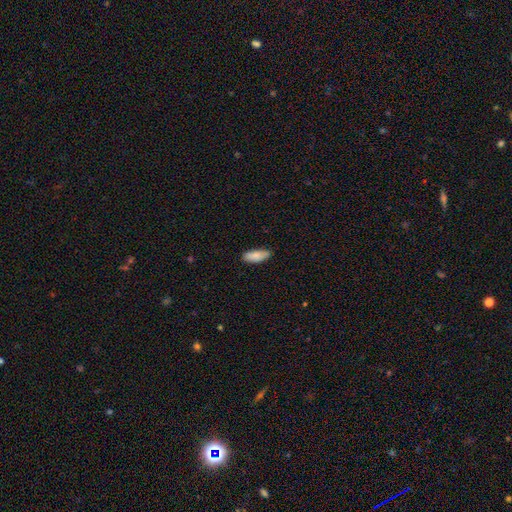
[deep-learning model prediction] A smooth galaxy with no disk features (87%) that is in between round and cigar-shaped (78%). Merging: none (80%).